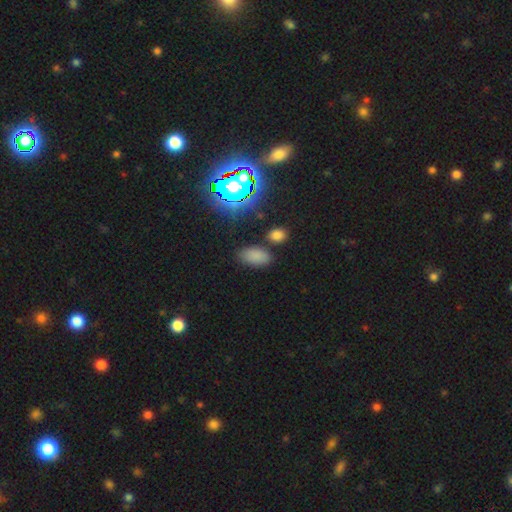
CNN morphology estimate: smooth 75%, star or artifact 18%, featured or disk 7%. Down the decision tree: how rounded — in between (92%); merging — none (79%).